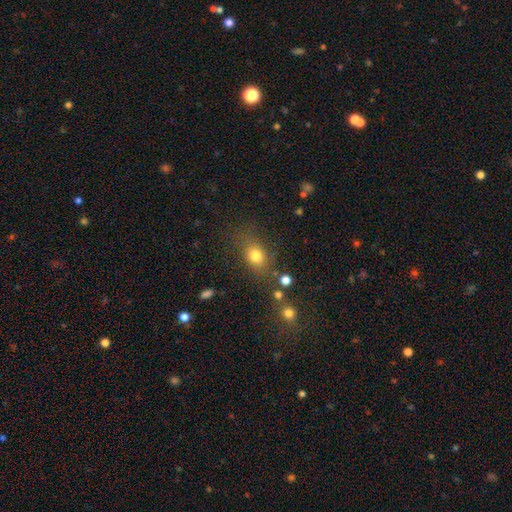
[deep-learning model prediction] This appears to be a smooth galaxy with no disk features (78%) that is in between round and cigar-shaped (55%). Merging: none (70%).